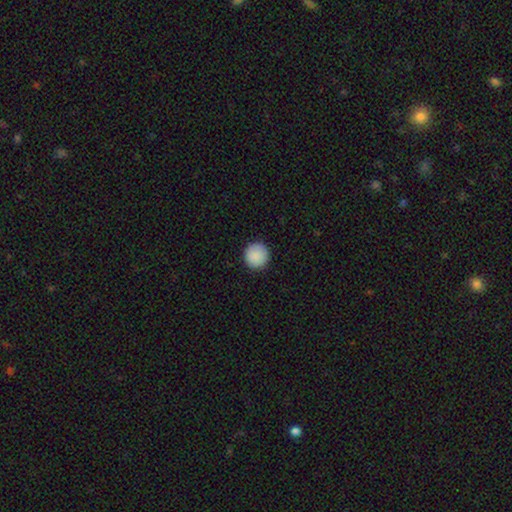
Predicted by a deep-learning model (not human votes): smooth_or_featured: smooth (p=0.89) [alt: star or artifact p=0.07]
how_rounded: round (p=0.96) [alt: in between p=0.03]
merging: none (p=0.92) [alt: minor disturbance p=0.06]